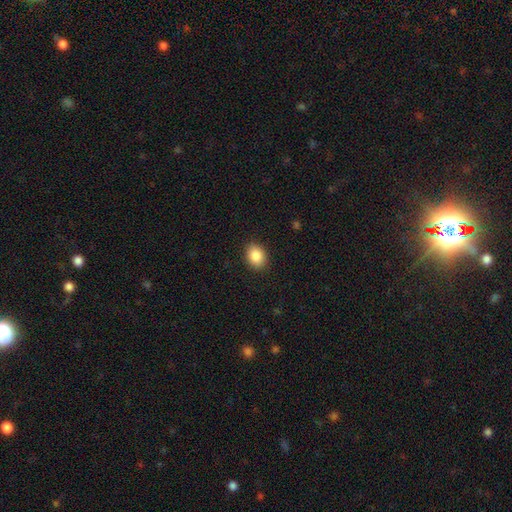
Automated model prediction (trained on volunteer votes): smooth 88%, star or artifact 8%, featured or disk 5%. Down the decision tree: how rounded — in between (66%); merging — none (89%).